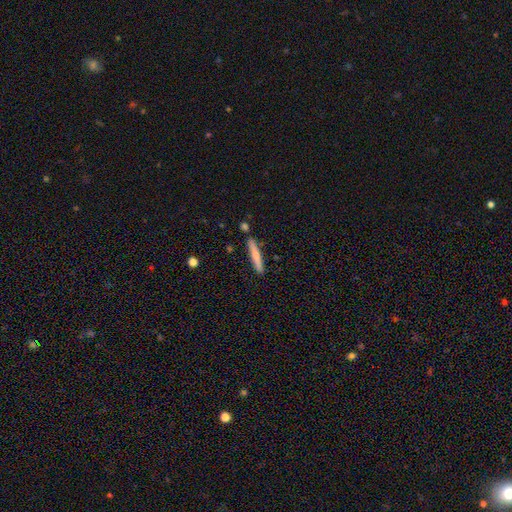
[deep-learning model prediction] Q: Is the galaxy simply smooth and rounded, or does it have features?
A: smooth — 71%.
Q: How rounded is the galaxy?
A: cigar-shaped — 94%.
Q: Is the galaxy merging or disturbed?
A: none — 84%.